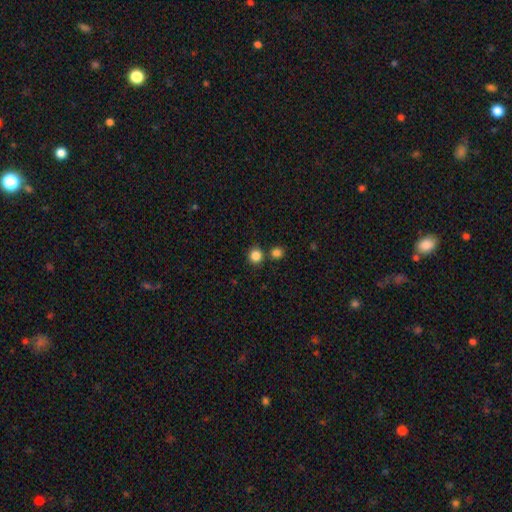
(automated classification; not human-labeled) Morphology: type=smooth (85%); roundness=round (91%); merging=none (78%).